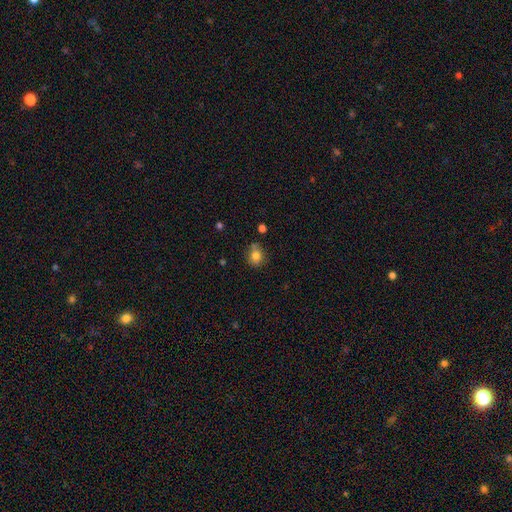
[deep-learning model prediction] Overall: smooth (81%). How rounded: round (65%; in between 34%). Merging: none (66%).